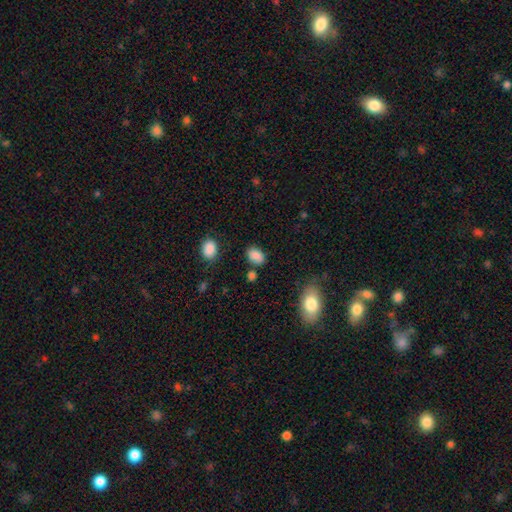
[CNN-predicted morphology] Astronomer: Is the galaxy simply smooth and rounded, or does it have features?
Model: smooth — 86%.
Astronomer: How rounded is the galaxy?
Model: in between — 83%.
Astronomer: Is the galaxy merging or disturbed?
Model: none — 74%.